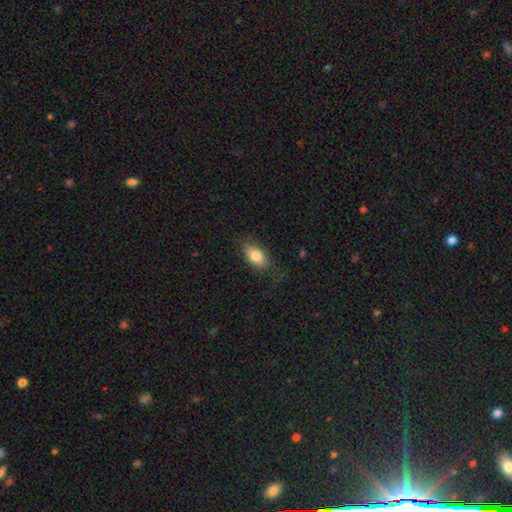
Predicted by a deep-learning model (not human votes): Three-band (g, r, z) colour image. It shows a smooth galaxy with no disk features (81%) that is in between round and cigar-shaped (89%). Merging: none (77%).